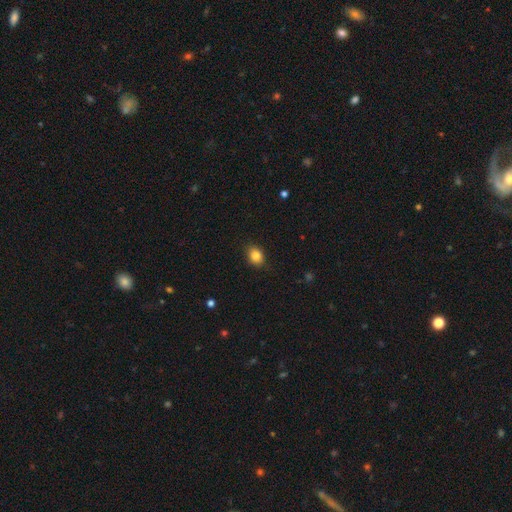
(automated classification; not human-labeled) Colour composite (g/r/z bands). It shows a smooth galaxy with no disk features (85%) that is in between round and cigar-shaped (56%). Merging: none (87%).